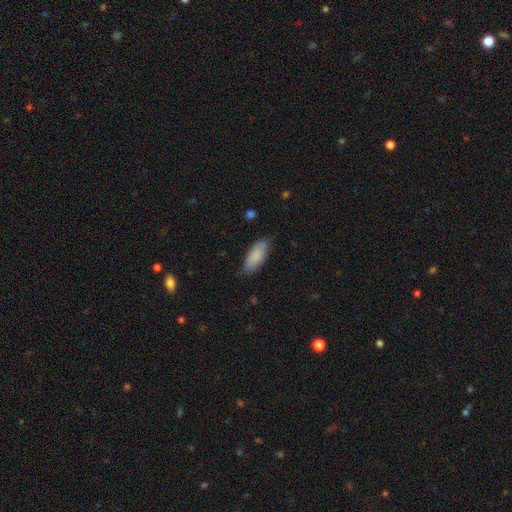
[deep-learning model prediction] smooth-or-featured: smooth: 86% | featured or disk: 8% | star or artifact: 6%
  how-rounded: in between: 82% | cigar-shaped: 17% | round: 2%
  merging: none: 75% | minor disturbance: 20% | major disturbance: 3% | merger: 1%